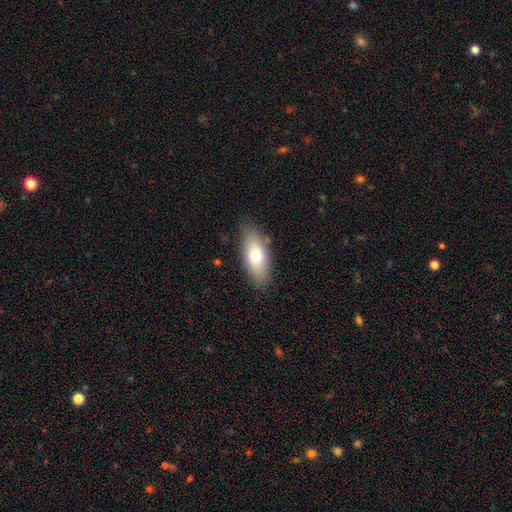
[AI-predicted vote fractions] The model was most divided on "smooth or featured": smooth: 71%, featured or disk: 22%, star or artifact: 7%. More confident: merging — none (82%); how rounded — in between (80%).